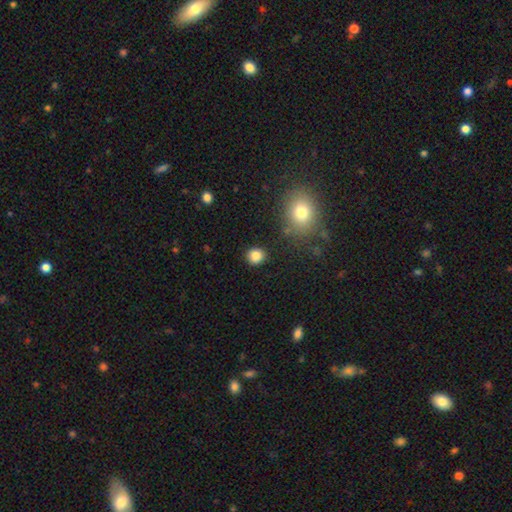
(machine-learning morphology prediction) smooth_or_featured: smooth (p=0.85) [alt: star or artifact p=0.11]
how_rounded: round (p=0.83) [alt: in between p=0.16]
merging: none (p=0.87) [alt: minor disturbance p=0.08]